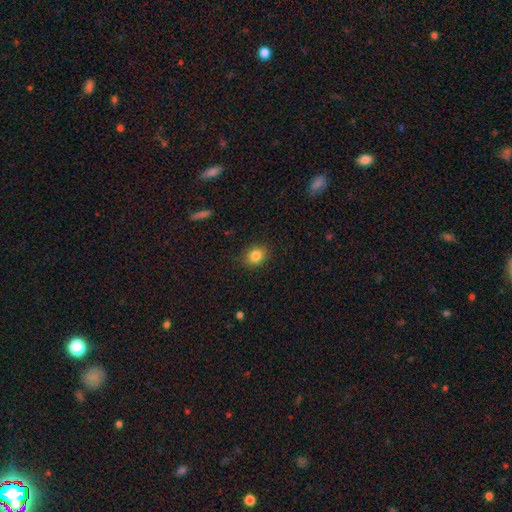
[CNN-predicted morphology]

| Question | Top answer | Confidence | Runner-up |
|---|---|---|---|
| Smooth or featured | smooth | 84% | star or artifact (10%) |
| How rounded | round | 62% | in between (37%) |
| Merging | none | 87% | minor disturbance (9%) |